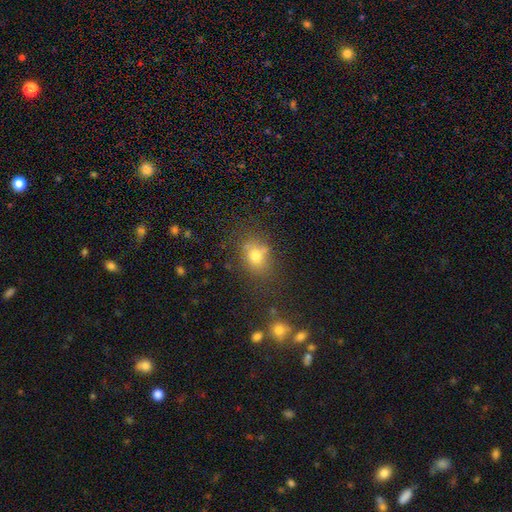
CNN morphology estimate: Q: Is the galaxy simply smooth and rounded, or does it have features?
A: smooth — 74%.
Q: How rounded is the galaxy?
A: in between — 59%.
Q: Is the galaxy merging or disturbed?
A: none — 65%.